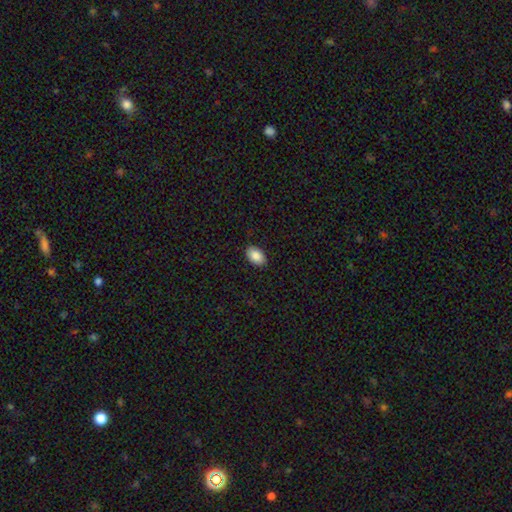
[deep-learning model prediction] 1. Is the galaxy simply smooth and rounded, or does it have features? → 88% smooth, 7% star or artifact, 5% featured or disk.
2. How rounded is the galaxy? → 90% in between, 9% round, 1% cigar-shaped.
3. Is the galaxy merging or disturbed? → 88% none, 9% minor disturbance, 2% major disturbance, 1% merger.